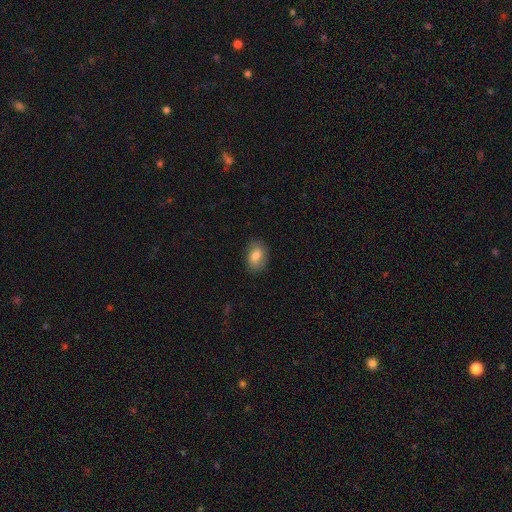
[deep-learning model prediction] Smooth or featured? Predicted: smooth (p=0.83). How rounded? Predicted: in between (p=0.84). Merging? Predicted: none (p=0.82).